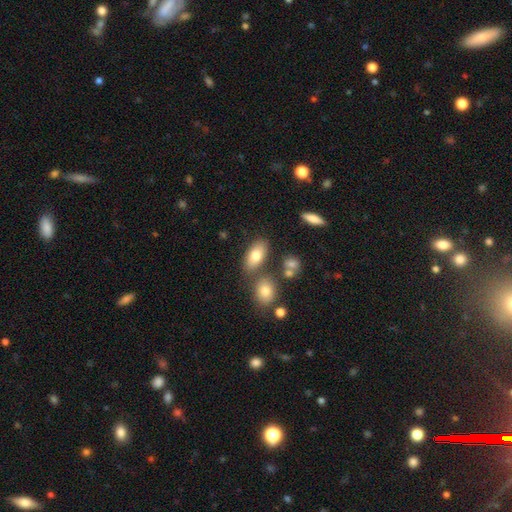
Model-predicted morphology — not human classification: A smooth galaxy with no disk features (77%) that is in between round and cigar-shaped (89%).

Vote fractions:
- Smooth or featured? smooth: 77% / featured or disk: 15% / star or artifact: 8%
- How rounded? in between: 89% / round: 6% / cigar-shaped: 5%
- Merging? none: 68% / merger: 15% / minor disturbance: 12% / major disturbance: 4%